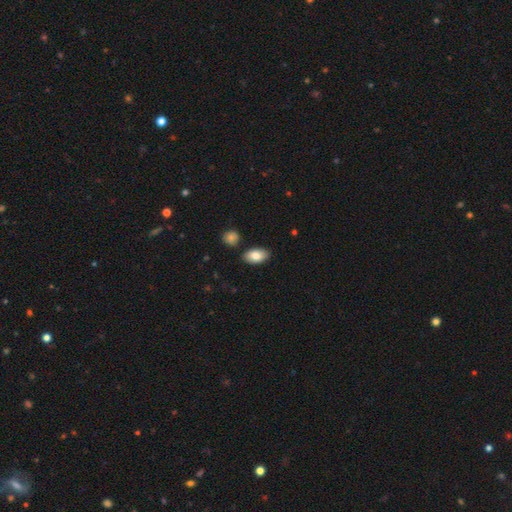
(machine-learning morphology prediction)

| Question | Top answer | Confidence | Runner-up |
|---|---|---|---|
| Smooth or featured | smooth | 83% | featured or disk (11%) |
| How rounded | in between | 94% | round (4%) |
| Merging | none | 85% | minor disturbance (10%) |